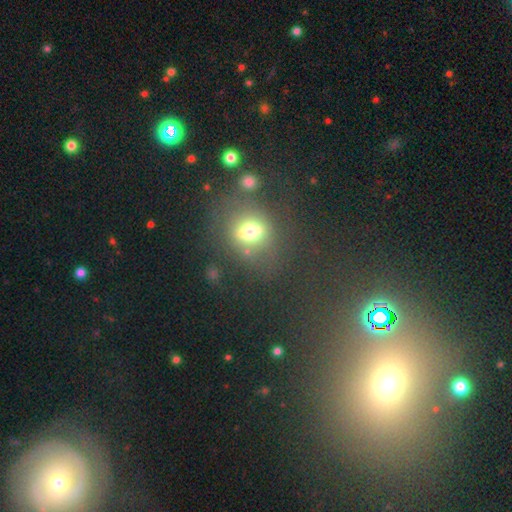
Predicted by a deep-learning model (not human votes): The model was most divided on "how rounded": round: 56%, in between: 42%, cigar-shaped: 2%. More confident: merging — none (66%); smooth or featured — smooth (53%).